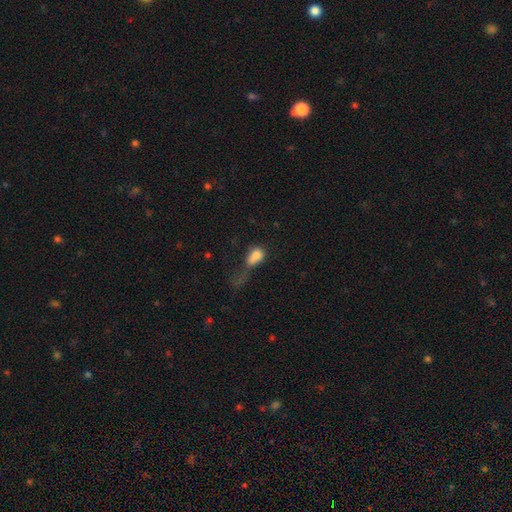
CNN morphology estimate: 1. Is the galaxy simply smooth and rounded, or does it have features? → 74% smooth, 15% featured or disk, 11% star or artifact.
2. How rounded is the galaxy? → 66% in between, 30% round, 4% cigar-shaped.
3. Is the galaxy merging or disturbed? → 48% major disturbance, 22% merger, 15% minor disturbance, 15% none.